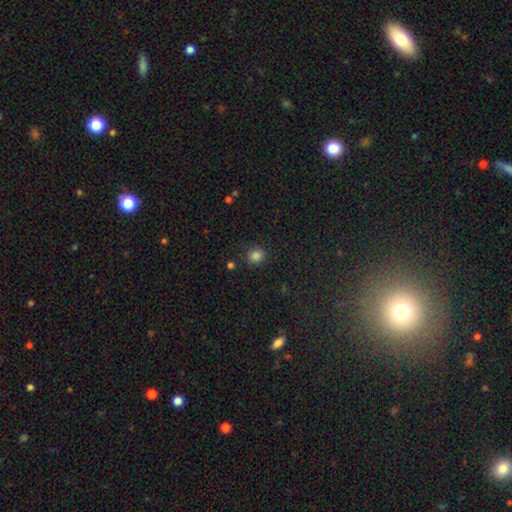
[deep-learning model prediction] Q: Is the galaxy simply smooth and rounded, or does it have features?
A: smooth — 83%.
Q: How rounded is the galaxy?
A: round — 74%.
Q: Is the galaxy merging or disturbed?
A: none — 84%.